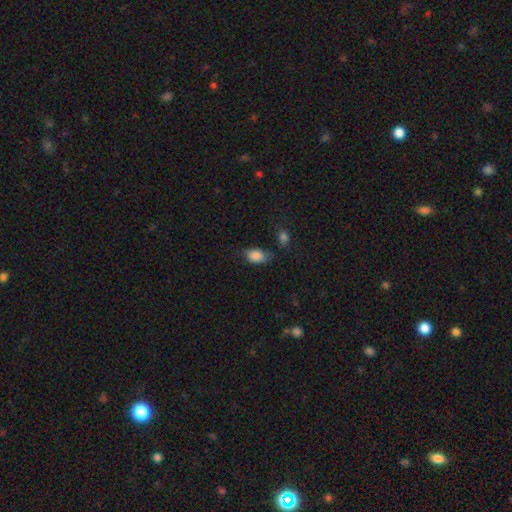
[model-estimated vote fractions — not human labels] This is clearly a smooth galaxy (86%). How rounded: clearly in between (87%). Merging: possibly none (53%).